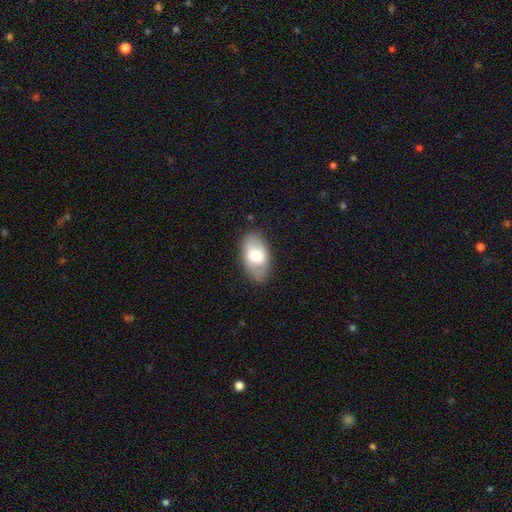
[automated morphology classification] Smooth or featured: smooth — 59% (featured or disk — 35%)
How rounded: in between — 93% (round — 5%)
Merging: none — 79% (minor disturbance — 16%)